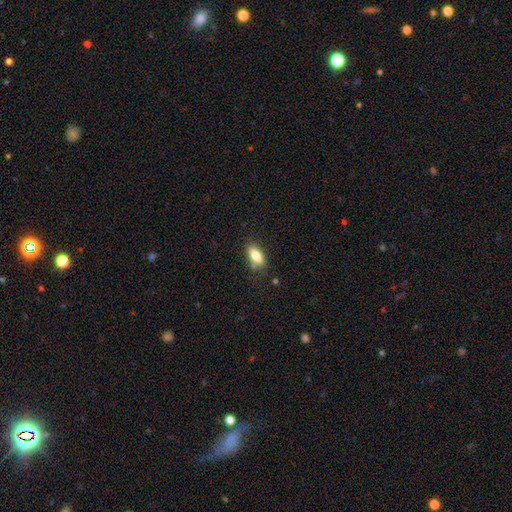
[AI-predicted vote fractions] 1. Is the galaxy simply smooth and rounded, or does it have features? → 78% smooth, 14% featured or disk, 8% star or artifact.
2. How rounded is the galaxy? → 84% in between, 12% cigar-shaped, 4% round.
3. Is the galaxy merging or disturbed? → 75% none, 16% minor disturbance, 5% merger, 4% major disturbance.